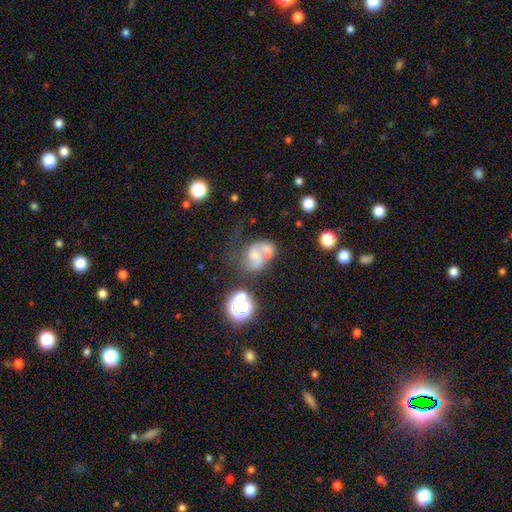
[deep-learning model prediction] Overall: featured or disk (52%; smooth 32%). Edge-on disk: no (97%). Bar: no (69%). Spiral arms: yes (63%; no 37%). Bulge size: small (39%; moderate 33%). Merging: merger (37%; none 24%).